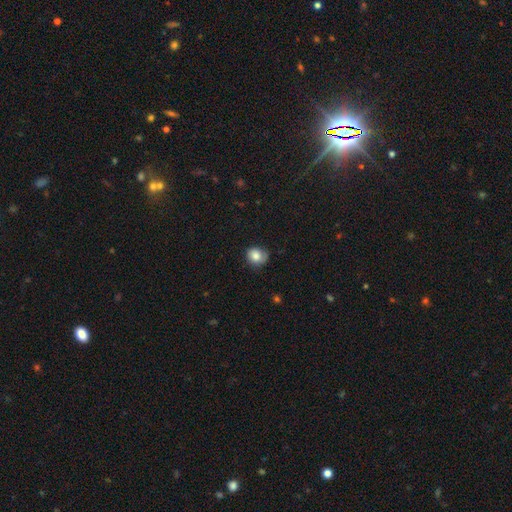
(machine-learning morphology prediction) This appears to be a smooth galaxy with no disk features (81%) that is round (69%). Merging: none (64%).